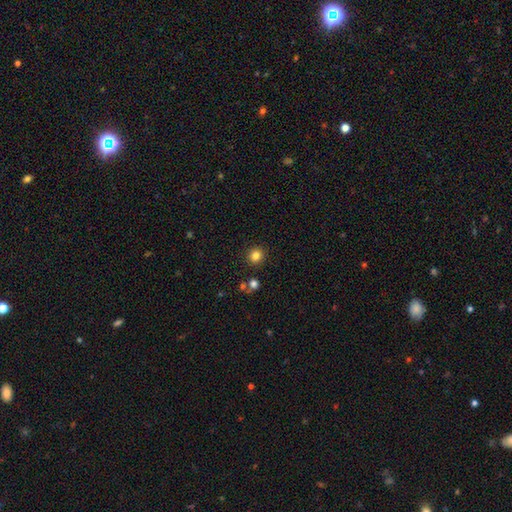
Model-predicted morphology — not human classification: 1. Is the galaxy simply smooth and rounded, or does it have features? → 82% smooth, 13% star or artifact, 5% featured or disk.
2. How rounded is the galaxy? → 89% round, 10% in between, 1% cigar-shaped.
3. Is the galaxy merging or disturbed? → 88% none, 6% minor disturbance, 3% merger, 2% major disturbance.